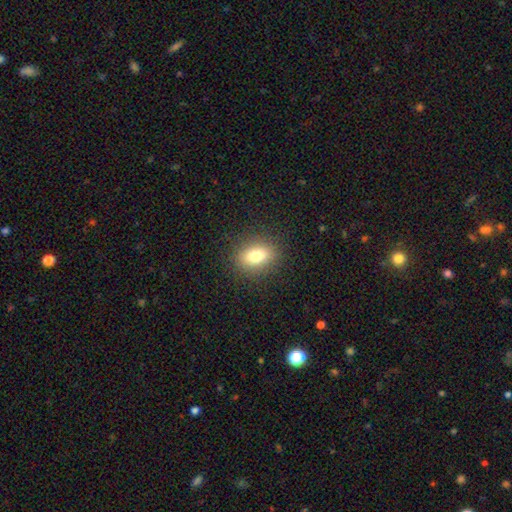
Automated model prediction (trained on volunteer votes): Smooth or featured? smooth (78%)
How rounded? in between (72%)
Merging? none (87%)